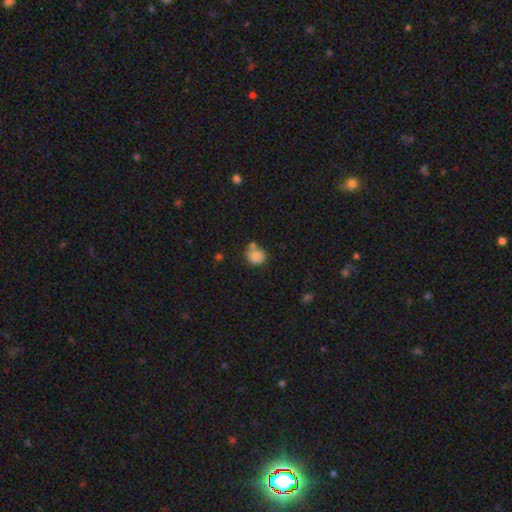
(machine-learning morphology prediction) smooth 83%, star or artifact 9%, featured or disk 8%. Down the decision tree: how rounded — round (78%); merging — none (59%).